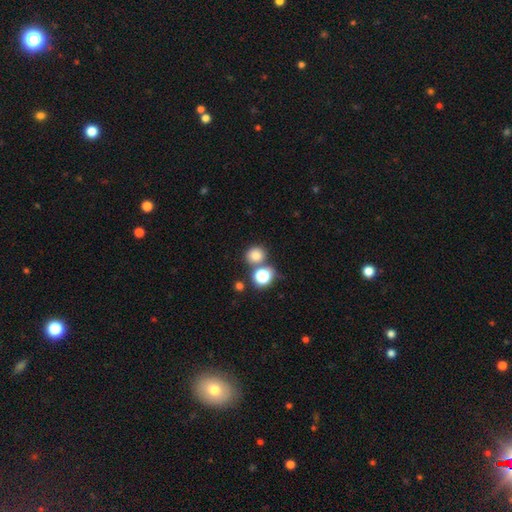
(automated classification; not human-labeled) Smooth or featured: smooth — 77% (star or artifact — 16%)
How rounded: round — 84% (in between — 15%)
Merging: none — 69% (merger — 20%)